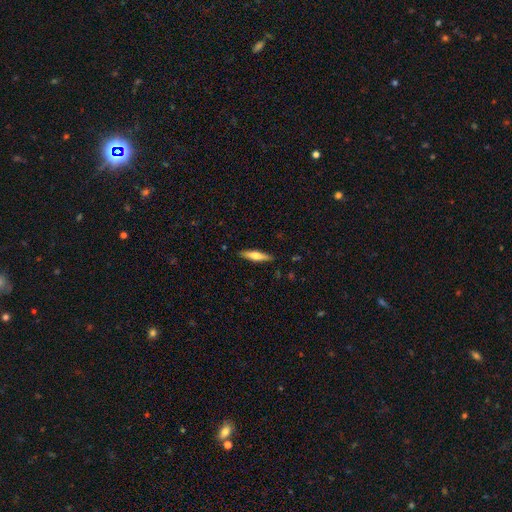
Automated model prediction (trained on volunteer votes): smooth-or-featured: smooth: 57% | featured or disk: 37% | star or artifact: 6%
  how-rounded: cigar-shaped: 76% | in between: 23% | round: 2%
  merging: none: 88% | minor disturbance: 9% | major disturbance: 2% | merger: 1%